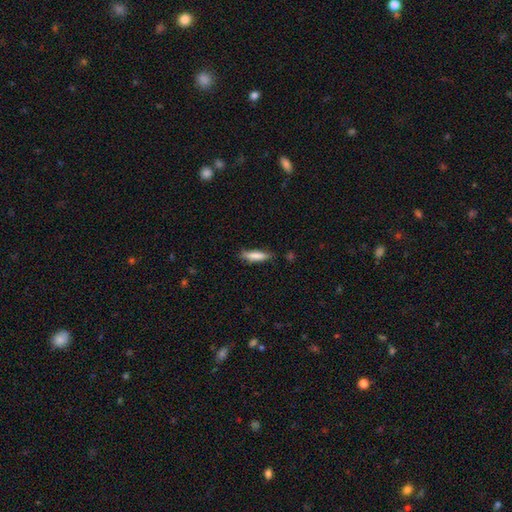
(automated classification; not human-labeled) Morphology: type=smooth (81%); roundness=cigar-shaped (68%); merging=none (74%).